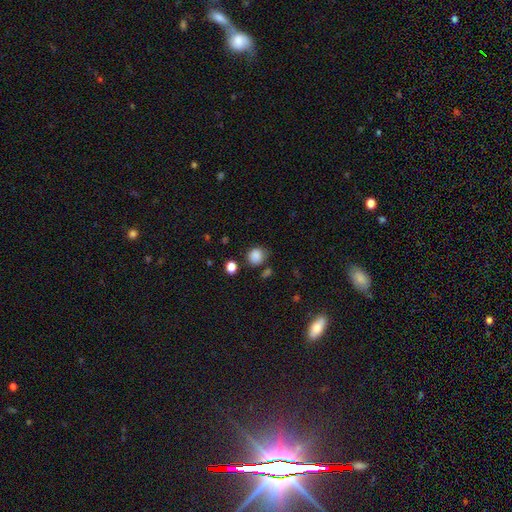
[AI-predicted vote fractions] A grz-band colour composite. It shows a smooth galaxy with no disk features (85%) that is round (79%). Merging: none (68%).